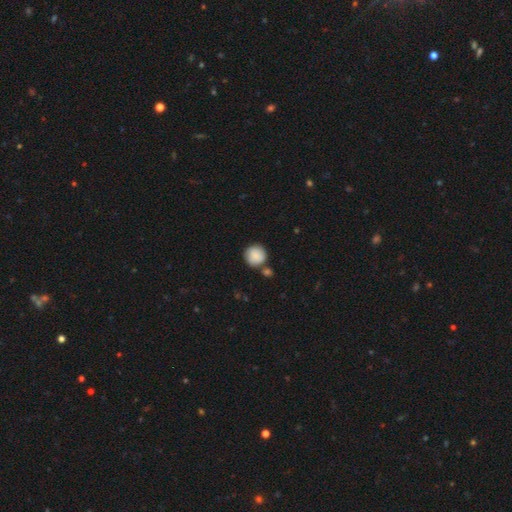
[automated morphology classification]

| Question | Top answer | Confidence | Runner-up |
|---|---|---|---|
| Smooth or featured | smooth | 87% | star or artifact (7%) |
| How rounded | round | 93% | in between (6%) |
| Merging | none | 68% | merger (16%) |